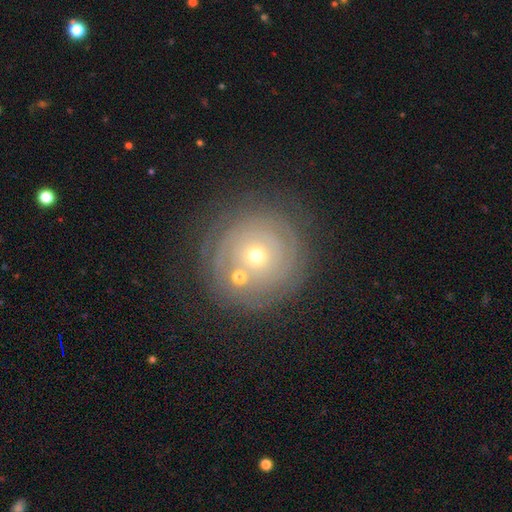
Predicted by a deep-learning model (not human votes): Q: Smooth or featured?
A: featured or disk (70%); runner-up: smooth (19%)
Q: Edge-on disk?
A: no (97%); runner-up: yes (3%)
Q: Bar?
A: no (88%); runner-up: weak (9%)
Q: Spiral arms?
A: yes (81%); runner-up: no (19%)
Q: Spiral winding?
A: tight (86%); runner-up: medium (10%)
Q: Spiral arm count?
A: can't tell (42%); runner-up: 2 (24%)
Q: Bulge size?
A: small (61%); runner-up: moderate (35%)
Q: Merging?
A: none (77%); runner-up: minor disturbance (11%)